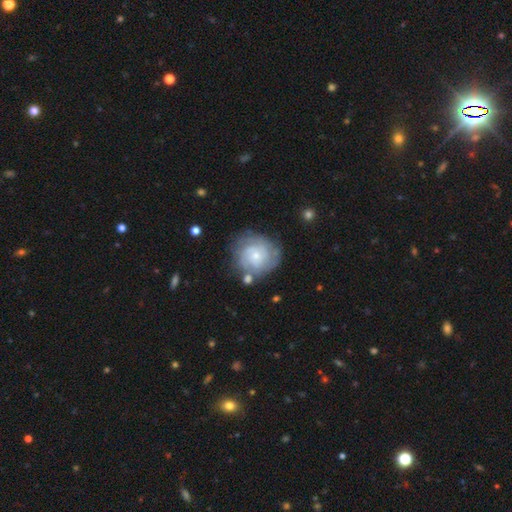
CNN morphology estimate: Smooth or featured? Predicted: featured or disk (p=0.71). Edge-on disk? Predicted: no (p=0.98). Bar? Predicted: no (p=0.77). Spiral arms? Predicted: yes (p=0.88). Spiral winding? Predicted: tight (p=0.67). Spiral arm count? Predicted: can't tell (p=0.41). Bulge size? Predicted: small (p=0.70). Merging? Predicted: none (p=0.68).